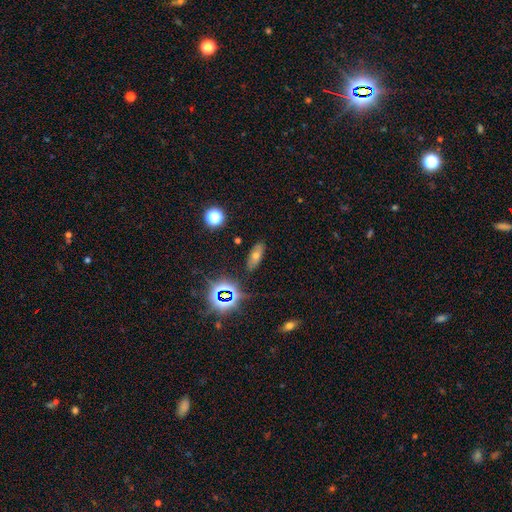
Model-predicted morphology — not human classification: Q: Smooth or featured?
A: smooth (45%); runner-up: star or artifact (34%)
Q: Merging?
A: none (84%); runner-up: minor disturbance (11%)